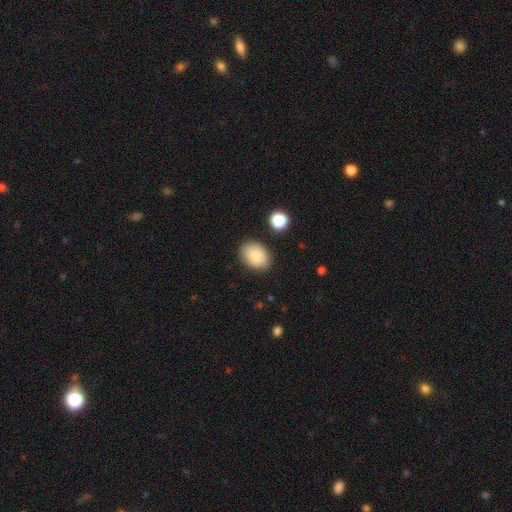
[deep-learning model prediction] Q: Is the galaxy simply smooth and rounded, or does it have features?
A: smooth — 82%.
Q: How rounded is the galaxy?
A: in between — 74%.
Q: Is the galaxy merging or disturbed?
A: none — 83%.